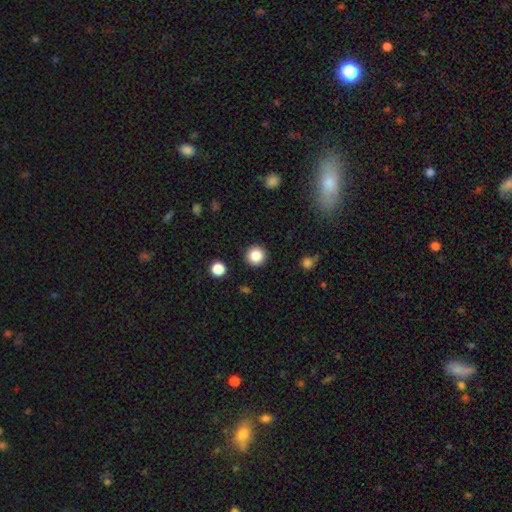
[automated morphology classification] This is clearly a smooth galaxy (86%). How rounded: clearly round (96%). Merging: clearly none (92%).